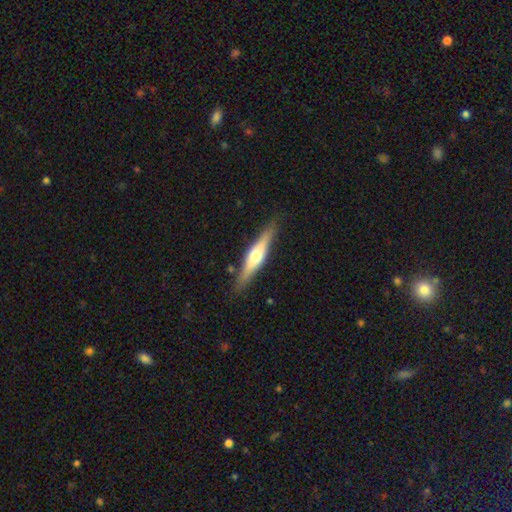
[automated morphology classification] Smooth or featured: featured or disk — 61% (smooth — 33%)
Edge-on disk: yes — 95% (no — 5%)
Edge-on bulge: rounded — 91% (boxy — 6%)
Merging: none — 85% (minor disturbance — 11%)